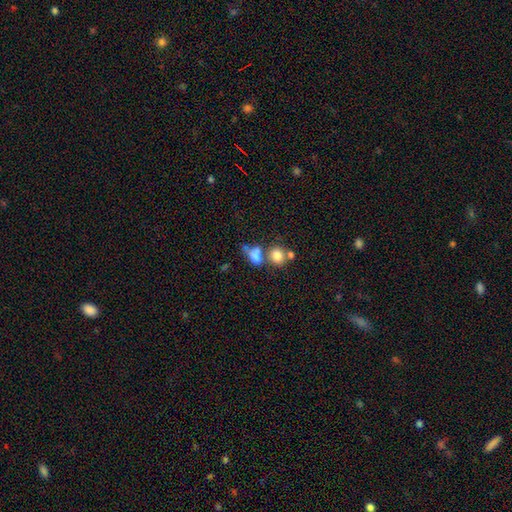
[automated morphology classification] A smooth galaxy with no disk features (74%) that is in between round and cigar-shaped (62%). Merging: merger (46%).